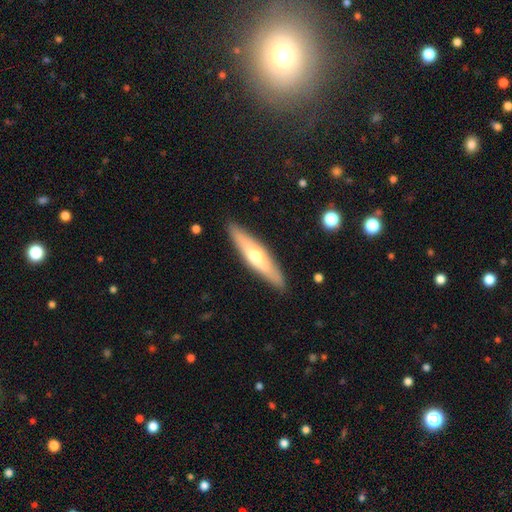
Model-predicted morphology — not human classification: A featured or disk galaxy (48%). Merging: none (89%).